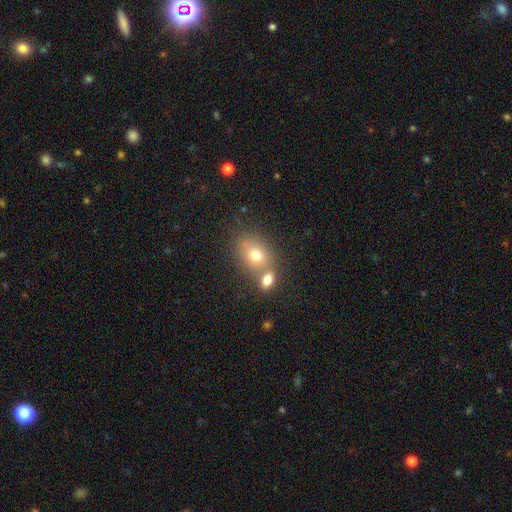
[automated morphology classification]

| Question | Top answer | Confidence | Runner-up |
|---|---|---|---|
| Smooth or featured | smooth | 72% | featured or disk (16%) |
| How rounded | in between | 59% | round (40%) |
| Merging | none | 44% | merger (40%) |